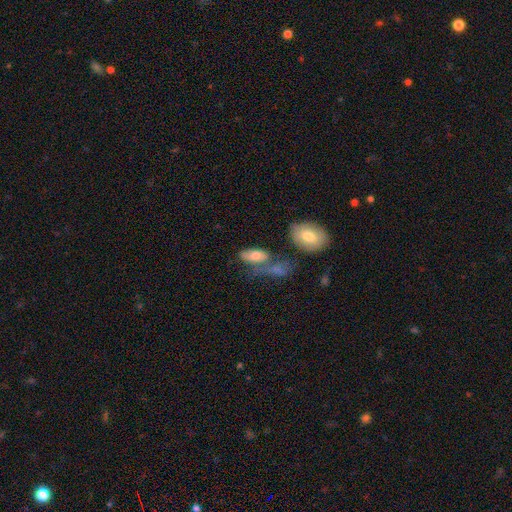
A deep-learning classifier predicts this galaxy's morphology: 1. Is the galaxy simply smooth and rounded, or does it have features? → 73% smooth, 18% featured or disk, 8% star or artifact.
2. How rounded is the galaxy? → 85% in between, 11% cigar-shaped, 4% round.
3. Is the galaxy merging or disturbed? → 37% none, 31% merger, 18% minor disturbance, 14% major disturbance.